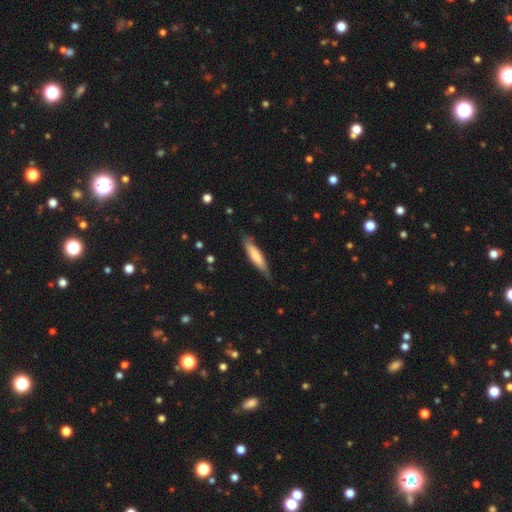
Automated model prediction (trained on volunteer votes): Smooth or featured? smooth (69%)
How rounded? cigar-shaped (81%)
Merging? none (74%)